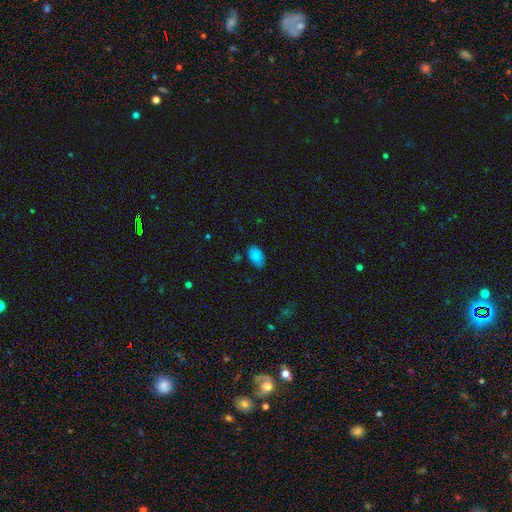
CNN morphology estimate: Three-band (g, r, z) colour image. It shows a smooth galaxy with no disk features (85%) that is in between round and cigar-shaped (93%). Merging: none (76%).